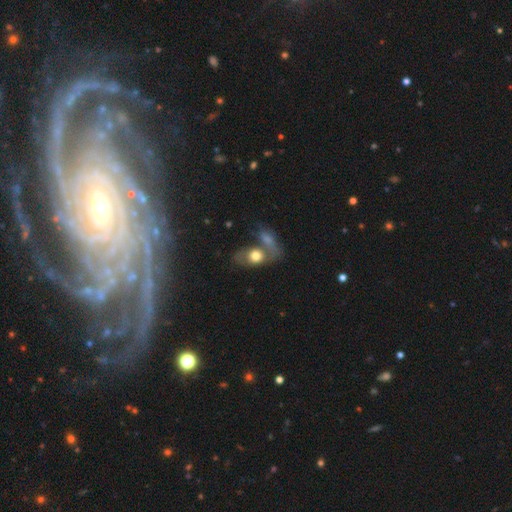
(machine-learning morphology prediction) A smooth galaxy with no disk features (65%) that is in between round and cigar-shaped (75%).

Vote fractions:
- Smooth or featured? smooth: 65% / featured or disk: 27% / star or artifact: 8%
- How rounded? in between: 75% / round: 21% / cigar-shaped: 4%
- Merging? merger: 43% / none: 35% / minor disturbance: 13% / major disturbance: 9%